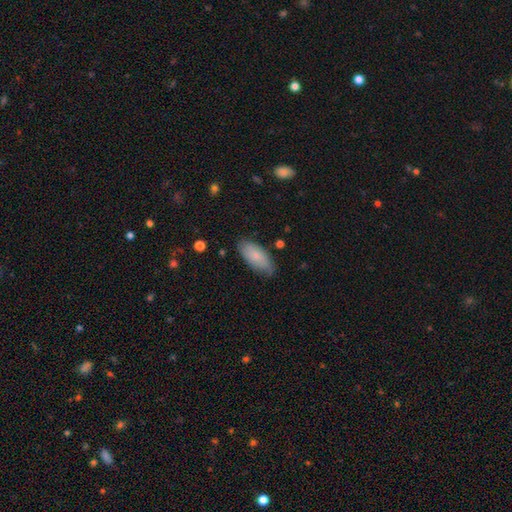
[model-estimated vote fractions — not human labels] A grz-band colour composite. It shows a smooth galaxy with no disk features (80%) that is in between round and cigar-shaped (87%). Merging: none (77%).